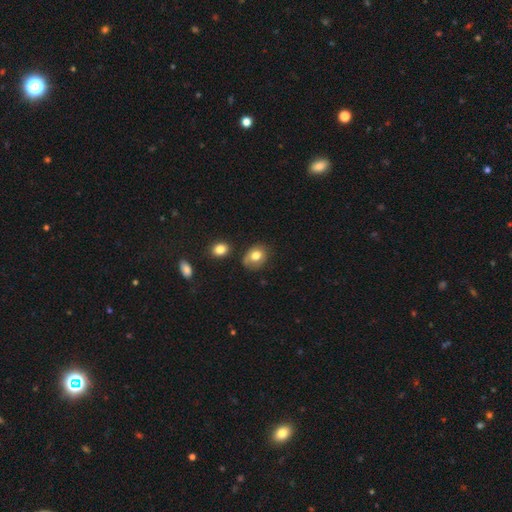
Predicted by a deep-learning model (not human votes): Smooth or featured? Predicted: smooth (p=0.75). How rounded? Predicted: in between (p=0.56). Merging? Predicted: none (p=0.58).